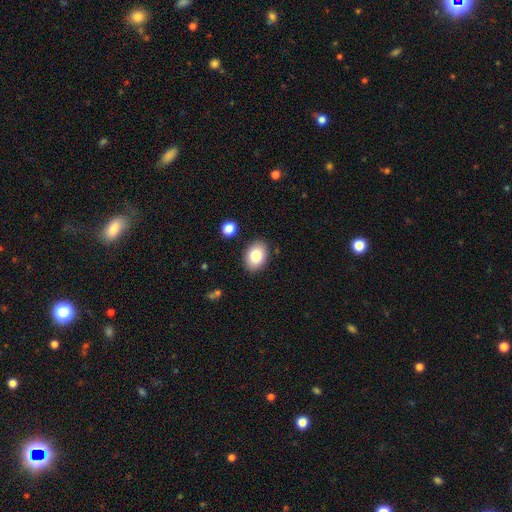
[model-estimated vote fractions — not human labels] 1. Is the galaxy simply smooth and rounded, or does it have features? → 83% smooth, 9% featured or disk, 8% star or artifact.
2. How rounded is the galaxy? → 80% in between, 19% round, 1% cigar-shaped.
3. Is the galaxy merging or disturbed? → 87% none, 9% minor disturbance, 2% major disturbance, 2% merger.